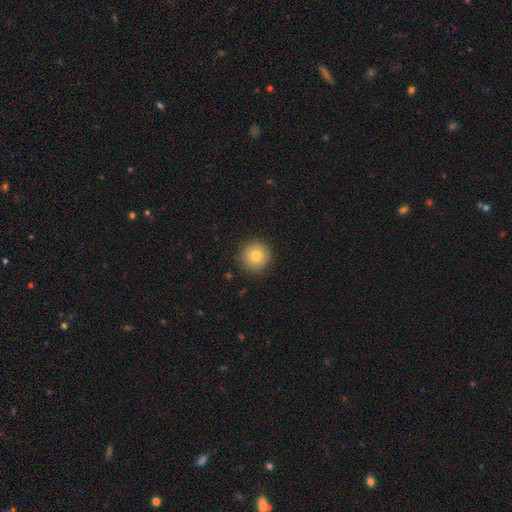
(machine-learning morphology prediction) smooth_or_featured: smooth (p=0.79) [alt: star or artifact p=0.11]
how_rounded: round (p=0.95) [alt: in between p=0.04]
merging: none (p=0.90) [alt: minor disturbance p=0.07]